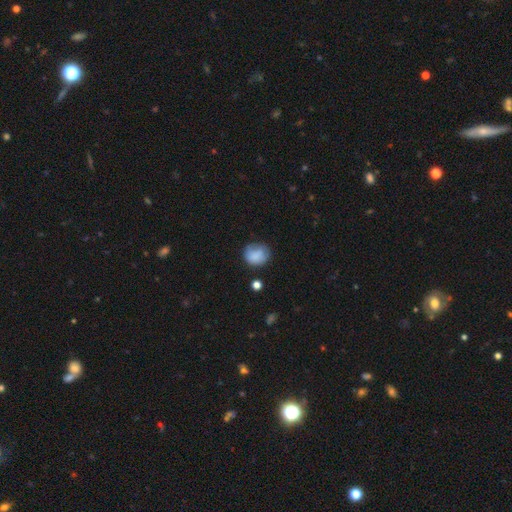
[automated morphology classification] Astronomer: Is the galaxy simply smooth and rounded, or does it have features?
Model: smooth — 79%.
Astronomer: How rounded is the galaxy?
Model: round — 73%.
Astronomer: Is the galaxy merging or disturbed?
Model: none — 60%.